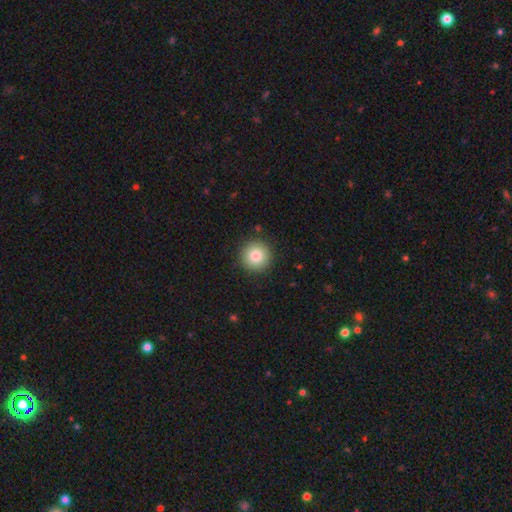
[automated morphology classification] Smooth or featured: smooth — 84% (star or artifact — 9%)
How rounded: round — 95% (in between — 4%)
Merging: none — 91% (minor disturbance — 6%)